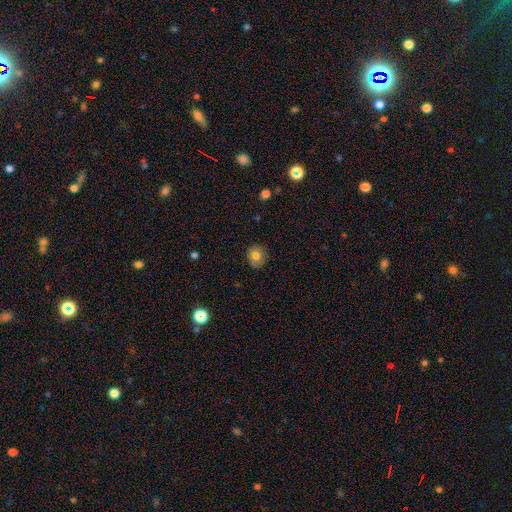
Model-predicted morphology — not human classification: The model was most divided on "how rounded": round: 76%, in between: 23%, cigar-shaped: 1%. More confident: merging — none (85%); smooth or featured — smooth (78%).